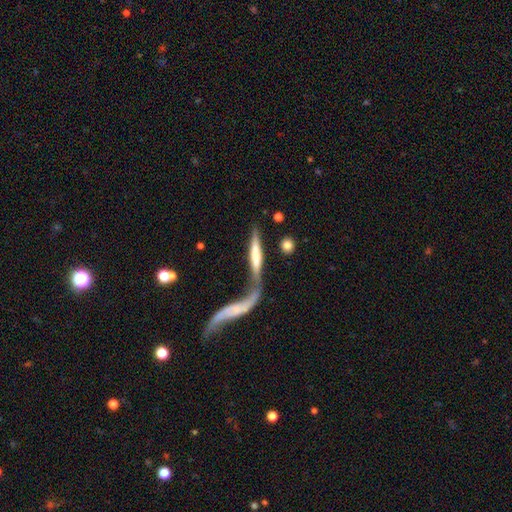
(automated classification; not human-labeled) A smooth galaxy with no disk features (49%). Merging: merger (54%).